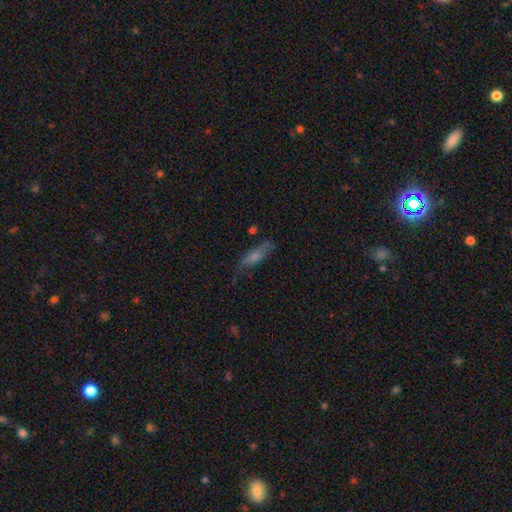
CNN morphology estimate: This appears to be a smooth galaxy with no disk features (56%) that is cigar-shaped (61%). Merging: none (62%).